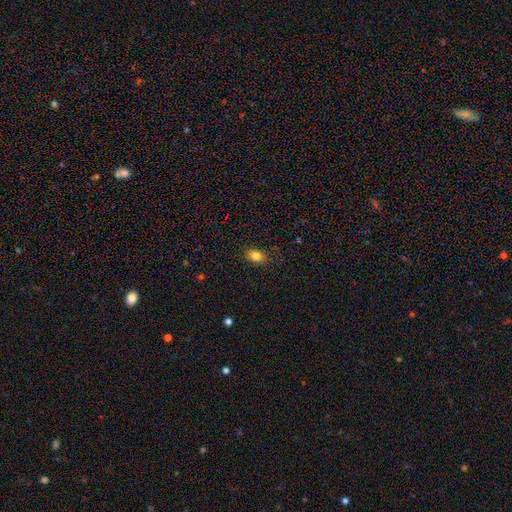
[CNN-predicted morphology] Overall: smooth (83%). How rounded: in between (76%). Merging: none (85%).